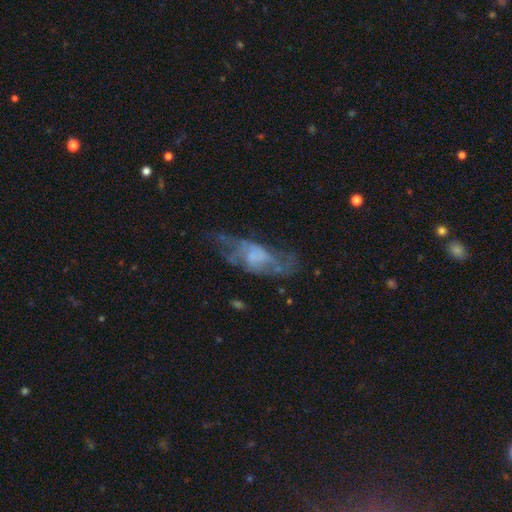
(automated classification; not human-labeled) Smooth or featured: featured or disk — 64% (smooth — 25%)
Edge-on disk: no — 87% (yes — 13%)
Bar: no — 70% (weak — 24%)
Spiral arms: yes — 55% (no — 45%)
Bulge size: none — 49% (small — 20%)
Merging: none — 42% (major disturbance — 32%)